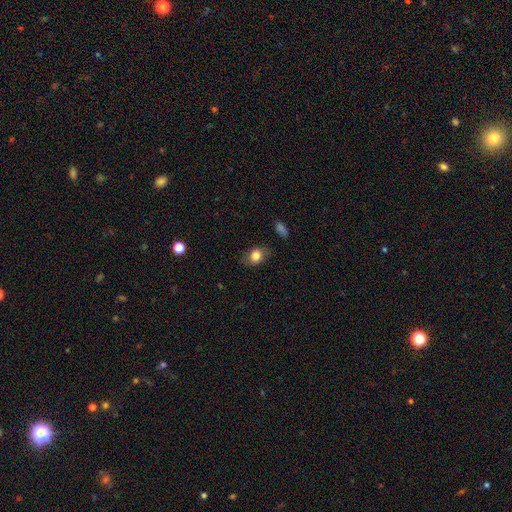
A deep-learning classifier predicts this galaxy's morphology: type=smooth (80%); roundness=in between (60%); merging=none (78%).